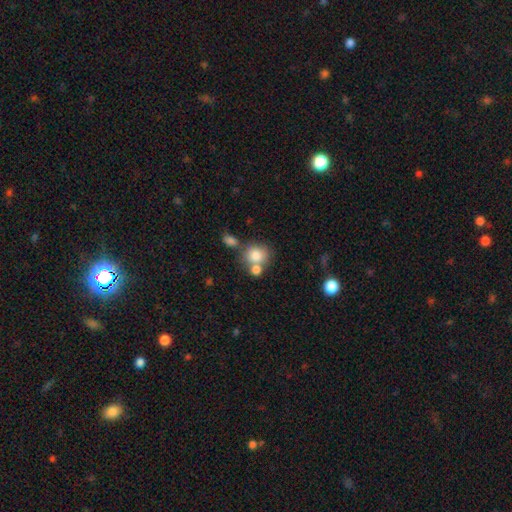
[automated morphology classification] smooth-or-featured: smooth: 79% | featured or disk: 12% | star or artifact: 10%
  how-rounded: round: 77% | in between: 22% | cigar-shaped: 1%
  merging: none: 50% | merger: 35% | minor disturbance: 11% | major disturbance: 4%